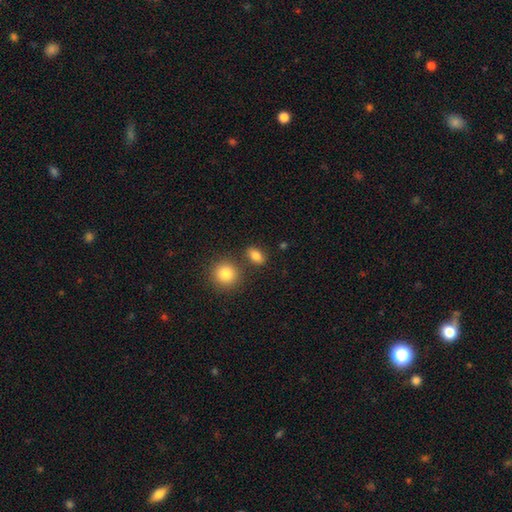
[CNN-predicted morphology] Smooth or featured: smooth — 84% (star or artifact — 10%)
How rounded: in between — 79% (round — 18%)
Merging: none — 78% (minor disturbance — 10%)